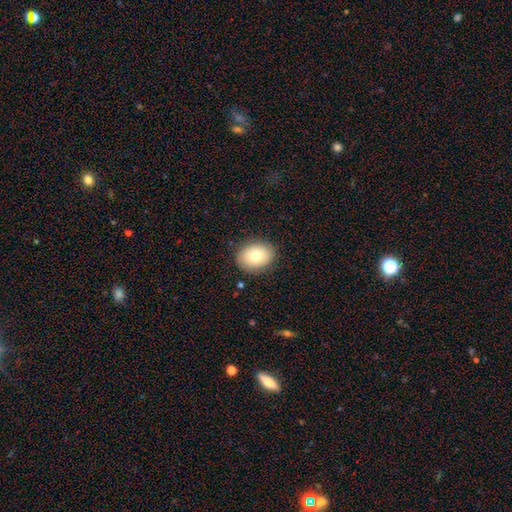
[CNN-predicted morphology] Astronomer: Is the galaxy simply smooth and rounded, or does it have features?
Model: smooth — 78%.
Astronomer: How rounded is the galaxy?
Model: in between — 56% (runner-up: round, 43%).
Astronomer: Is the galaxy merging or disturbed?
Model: none — 86%.